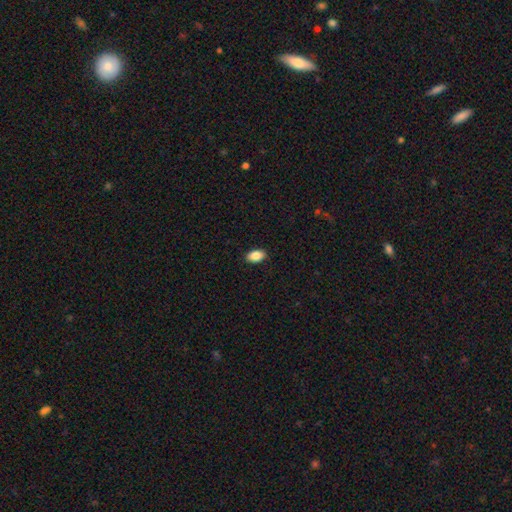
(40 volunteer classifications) Smooth or featured? 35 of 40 (88%) said smooth. How rounded? 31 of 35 (89%) said in between. Merging? 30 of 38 (79%) said none.